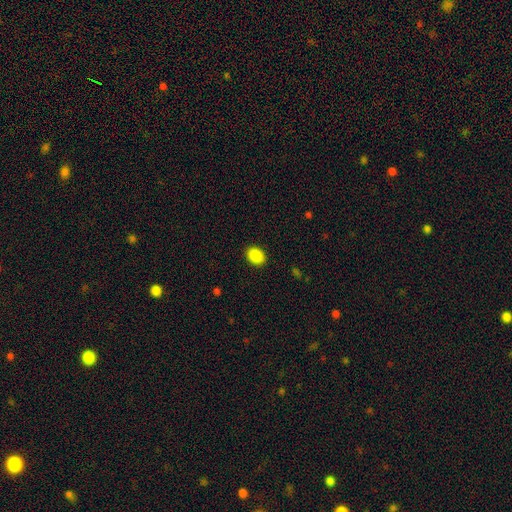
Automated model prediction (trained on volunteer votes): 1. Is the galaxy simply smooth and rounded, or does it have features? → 89% smooth, 8% star or artifact, 3% featured or disk.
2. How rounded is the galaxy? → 62% in between, 37% round, 1% cigar-shaped.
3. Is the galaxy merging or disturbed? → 91% none, 6% minor disturbance, 2% major disturbance, 1% merger.